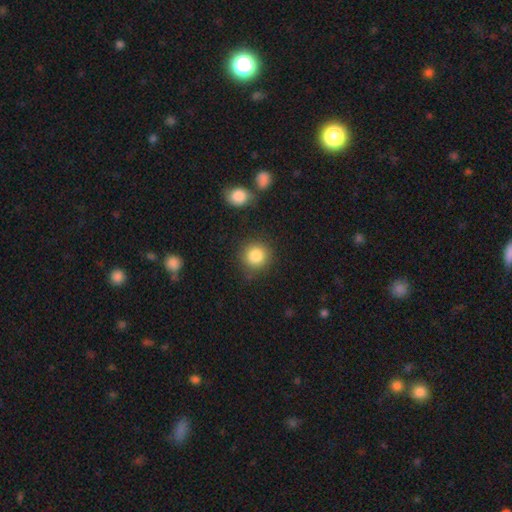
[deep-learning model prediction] The model was most divided on "merging": none: 83%, minor disturbance: 10%, merger: 4%, major disturbance: 3%. More confident: how rounded — round (90%); smooth or featured — smooth (84%).